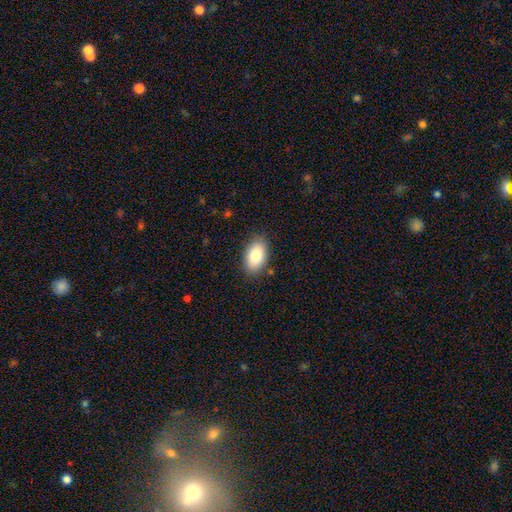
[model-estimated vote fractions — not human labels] smooth 84%, featured or disk 9%, star or artifact 7%. Down the decision tree: how rounded — in between (93%); merging — none (85%).